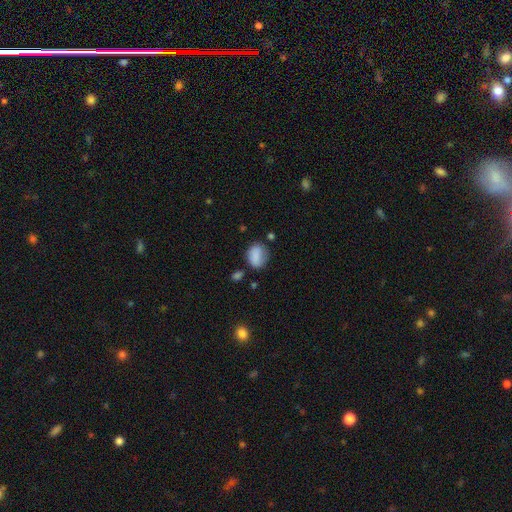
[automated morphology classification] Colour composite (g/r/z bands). It shows a smooth galaxy with no disk features (84%) that is in between round and cigar-shaped (67%). Merging: none (58%).